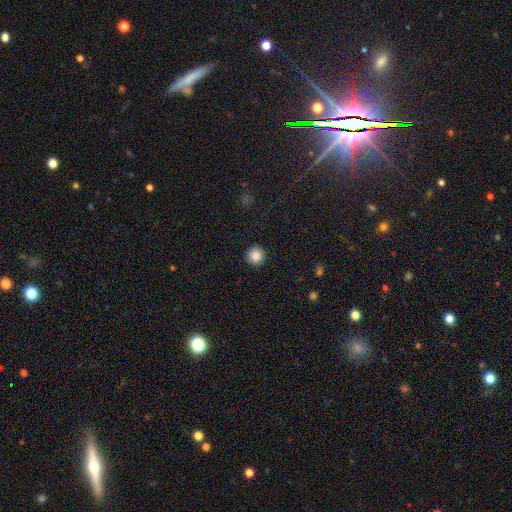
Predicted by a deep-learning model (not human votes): The model was most divided on "smooth or featured": smooth: 86%, star or artifact: 9%, featured or disk: 5%. More confident: how rounded — round (95%); merging — none (93%).